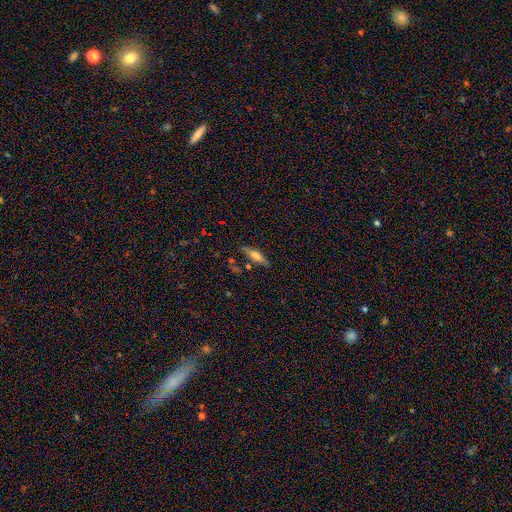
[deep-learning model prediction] smooth 60%, featured or disk 32%, star or artifact 8%. Down the decision tree: how rounded — cigar-shaped (55%); merging — none (76%).